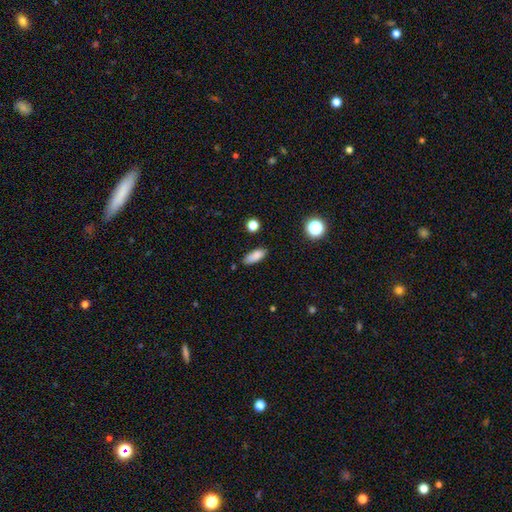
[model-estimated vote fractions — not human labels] A smooth galaxy with no disk features (84%) that is in between round and cigar-shaped (71%).

Vote fractions:
- Smooth or featured? smooth: 84% / star or artifact: 9% / featured or disk: 6%
- How rounded? in between: 71% / cigar-shaped: 25% / round: 3%
- Merging? none: 82% / minor disturbance: 13% / major disturbance: 3% / merger: 2%